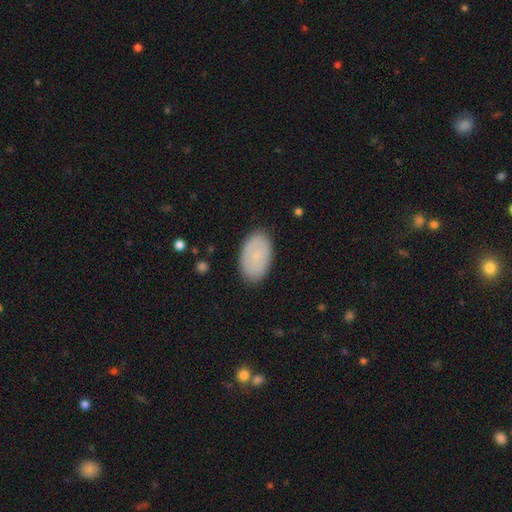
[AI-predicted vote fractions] A smooth galaxy with no disk features (76%) that is in between round and cigar-shaped (93%).

Vote fractions:
- Smooth or featured? smooth: 76% / featured or disk: 17% / star or artifact: 7%
- How rounded? in between: 93% / round: 6% / cigar-shaped: 1%
- Merging? none: 86% / minor disturbance: 11% / major disturbance: 2% / merger: 1%